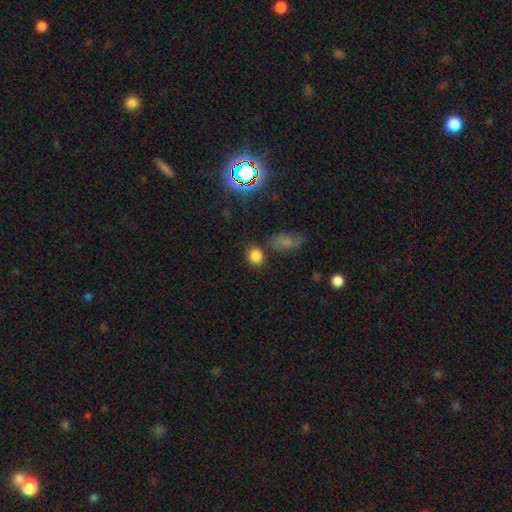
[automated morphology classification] This is clearly a smooth galaxy (81%). How rounded: likely round (72%). Merging: likely none (75%).